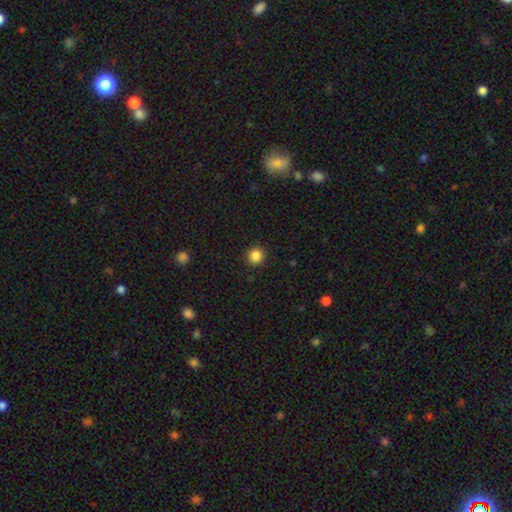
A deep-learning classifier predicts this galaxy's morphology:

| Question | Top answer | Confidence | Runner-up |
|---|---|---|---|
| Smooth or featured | smooth | 86% | star or artifact (11%) |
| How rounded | round | 91% | in between (8%) |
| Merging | none | 92% | minor disturbance (5%) |